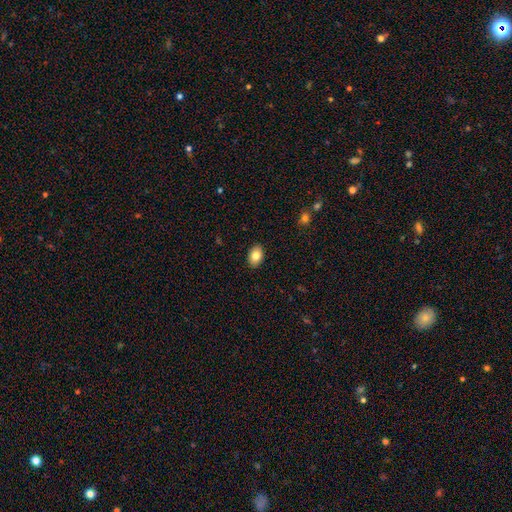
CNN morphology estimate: A smooth galaxy with no disk features (83%) that is in between round and cigar-shaped (85%). Merging: none (90%).